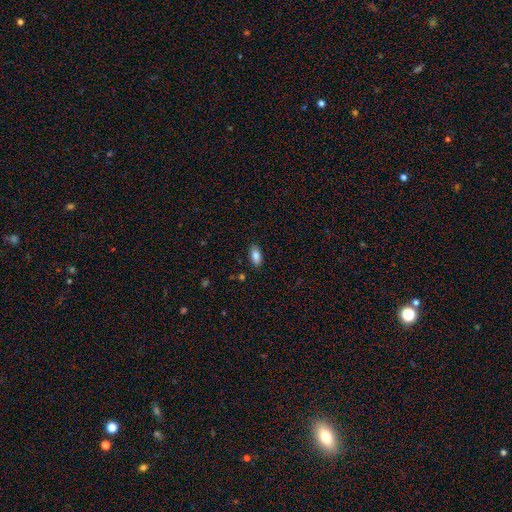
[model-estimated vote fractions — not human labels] This is clearly a smooth galaxy (85%). How rounded: clearly in between (91%). Merging: clearly none (87%).